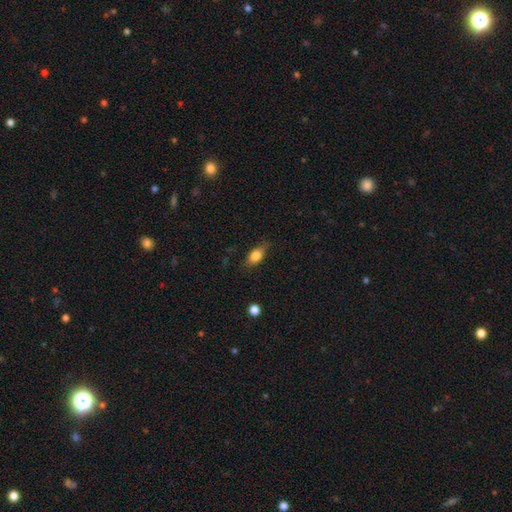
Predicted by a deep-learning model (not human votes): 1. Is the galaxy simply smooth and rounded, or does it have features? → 76% smooth, 15% featured or disk, 8% star or artifact.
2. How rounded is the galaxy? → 79% in between, 12% round, 9% cigar-shaped.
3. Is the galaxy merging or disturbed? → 73% none, 21% minor disturbance, 5% major disturbance, 1% merger.